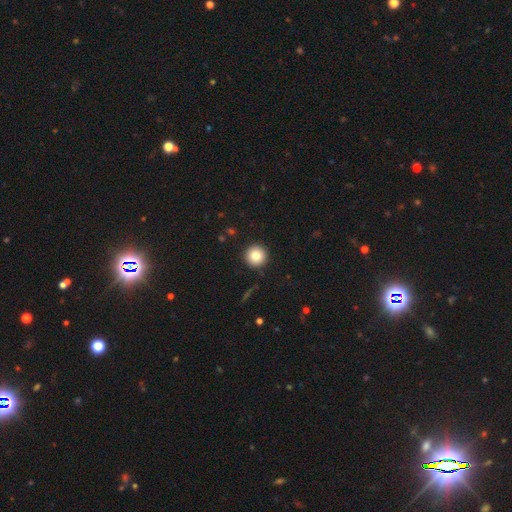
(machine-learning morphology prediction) Q: Smooth or featured?
A: smooth (84%); runner-up: star or artifact (9%)
Q: How rounded?
A: round (96%); runner-up: in between (3%)
Q: Merging?
A: none (92%); runner-up: minor disturbance (5%)